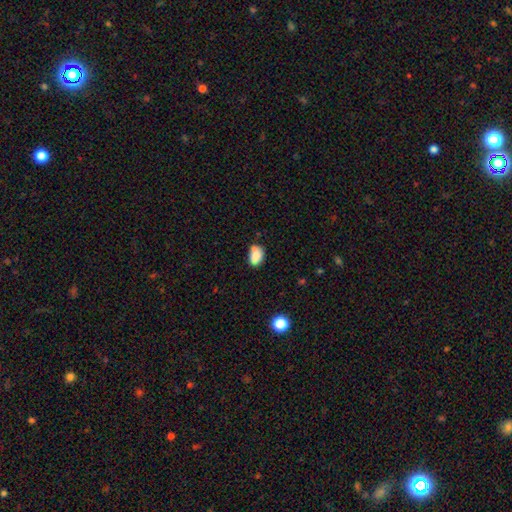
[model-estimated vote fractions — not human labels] smooth-or-featured: smooth: 83% | star or artifact: 9% | featured or disk: 8%
  how-rounded: in between: 83% | round: 16% | cigar-shaped: 1%
  merging: none: 55% | minor disturbance: 30% | merger: 9% | major disturbance: 6%